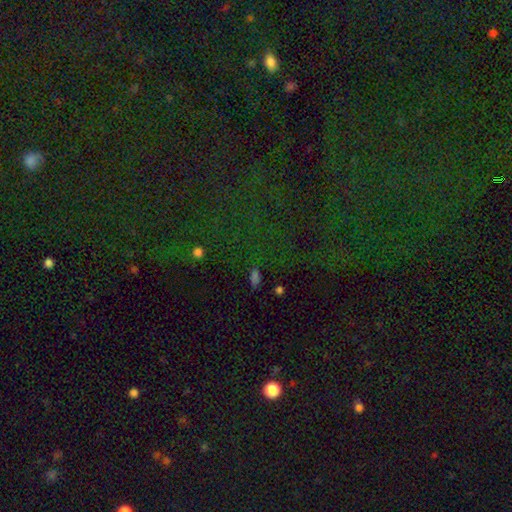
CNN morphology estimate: Overall: star or artifact (78%).